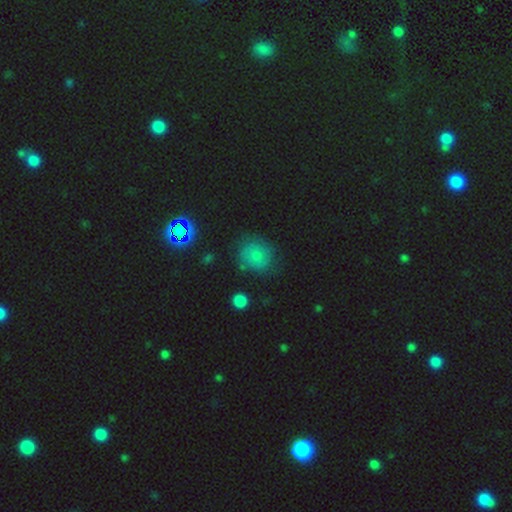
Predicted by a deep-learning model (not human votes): This is likely a smooth galaxy (62%). How rounded: clearly round (82%). Merging: likely none (72%).